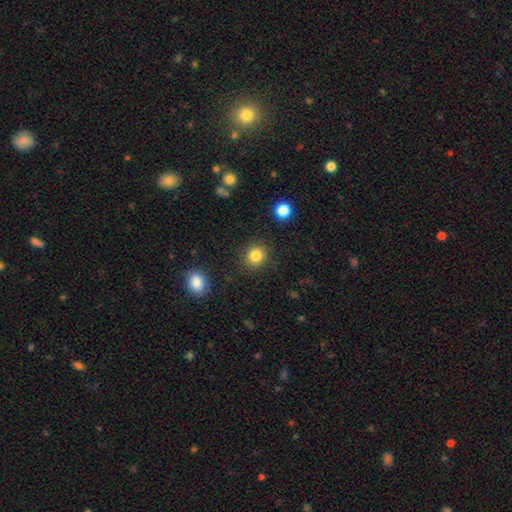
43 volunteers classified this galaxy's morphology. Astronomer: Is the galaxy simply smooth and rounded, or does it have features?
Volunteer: smooth — 91%.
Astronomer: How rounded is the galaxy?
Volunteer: round — 87%.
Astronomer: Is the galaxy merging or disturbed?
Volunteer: none — 90%.